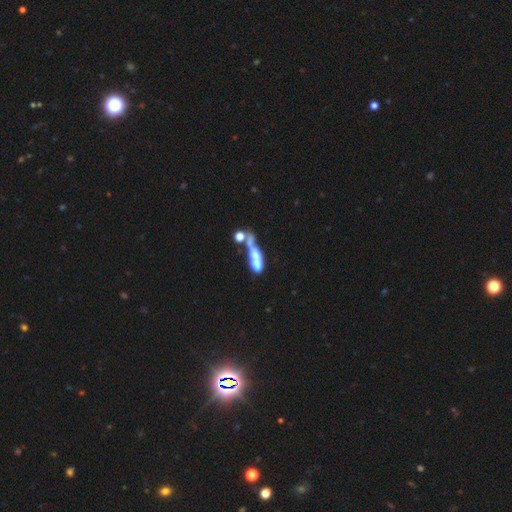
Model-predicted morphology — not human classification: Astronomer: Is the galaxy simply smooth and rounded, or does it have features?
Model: featured or disk — 48% (runner-up: smooth, 38%).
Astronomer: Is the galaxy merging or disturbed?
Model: merger — 53%.